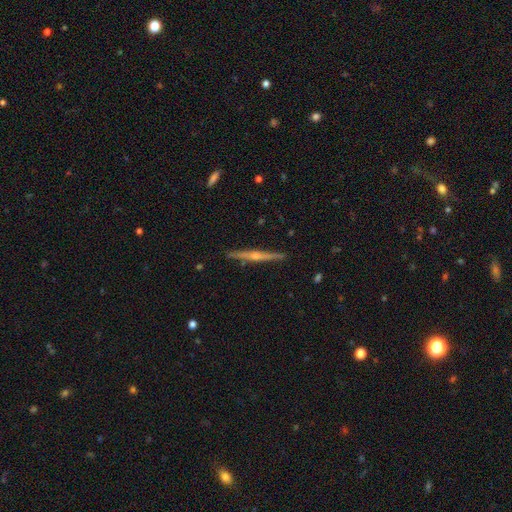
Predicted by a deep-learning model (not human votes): Overall: featured or disk (80%). Edge-on disk: yes (98%). Edge-on bulge: rounded (82%). Merging: none (91%).